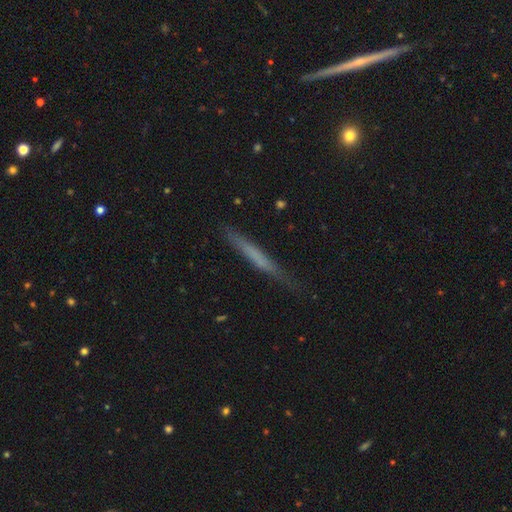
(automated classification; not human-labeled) smooth 51%, featured or disk 42%, star or artifact 8%. Down the decision tree: how rounded — cigar-shaped (96%); merging — none (78%).